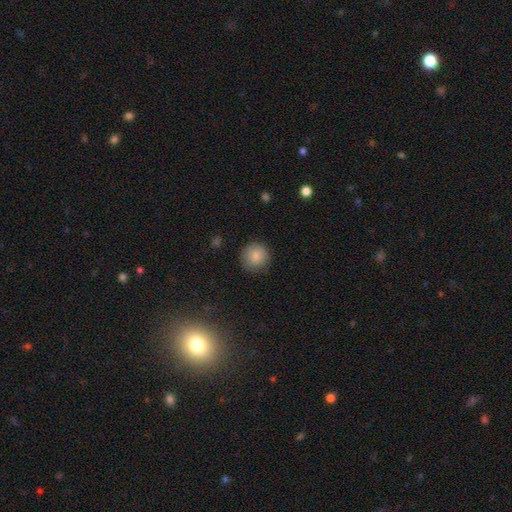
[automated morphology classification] A smooth galaxy with no disk features (85%) that is round (93%).

Vote fractions:
- Smooth or featured? smooth: 85% / star or artifact: 9% / featured or disk: 6%
- How rounded? round: 93% / in between: 6% / cigar-shaped: 1%
- Merging? none: 85% / minor disturbance: 11% / major disturbance: 3% / merger: 1%